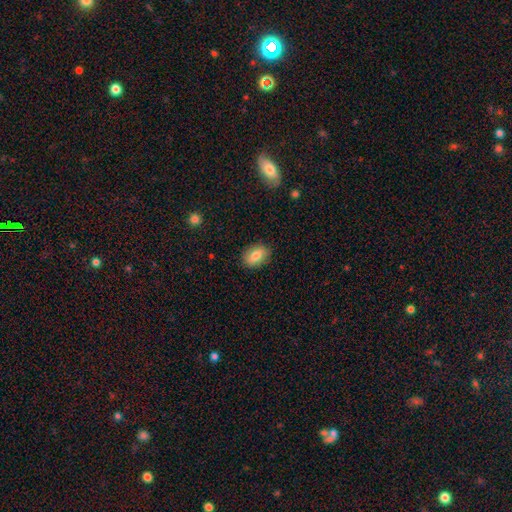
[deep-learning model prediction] Morphology: type=smooth (78%); roundness=in between (83%); merging=none (87%).